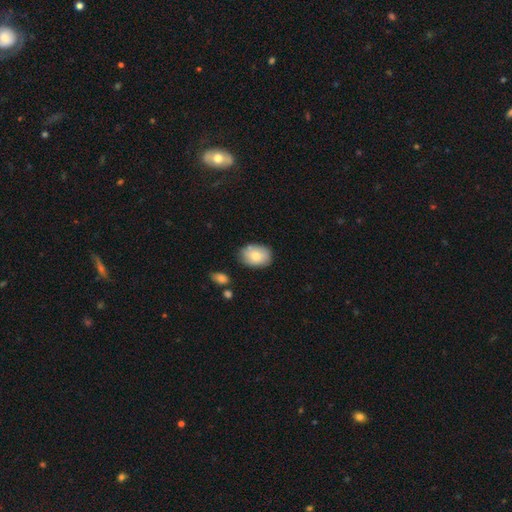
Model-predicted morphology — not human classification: Smooth or featured?
  - smooth: 77% *
  - featured or disk: 16%
  - star or artifact: 7%
How rounded?
  - in between: 77% *
  - round: 21%
  - cigar-shaped: 1%
Merging?
  - none: 77% *
  - minor disturbance: 17%
  - major disturbance: 3%
  - merger: 3%